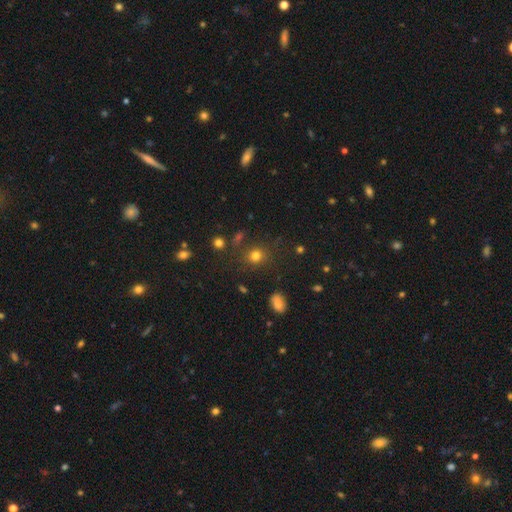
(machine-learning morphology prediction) This is likely a smooth galaxy (77%). How rounded: clearly round (80%). Merging: clearly none (81%).